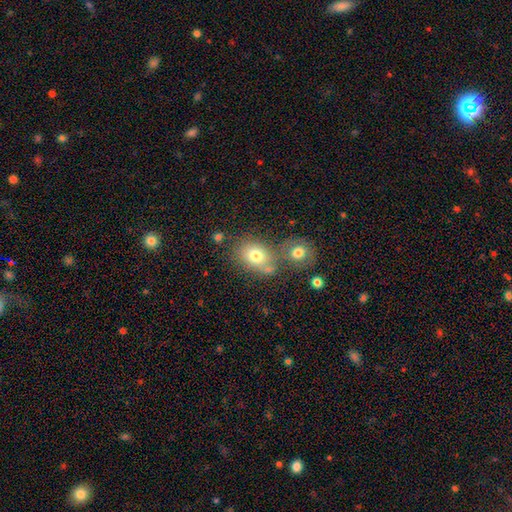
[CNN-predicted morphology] Overall: smooth (75%). How rounded: in between (53%; round 45%). Merging: none (48%; merger 32%).